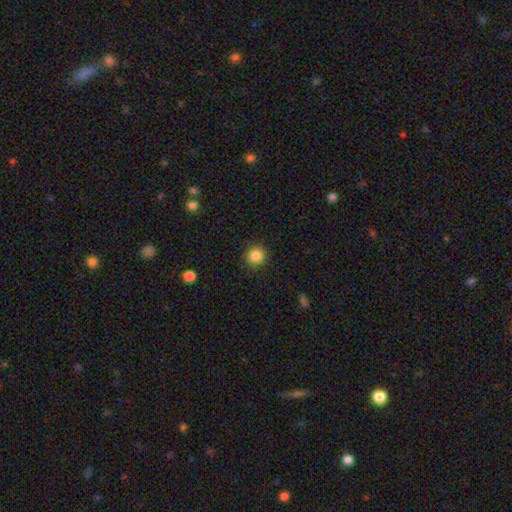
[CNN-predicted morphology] Smooth or featured?
  - smooth: 85% *
  - star or artifact: 11%
  - featured or disk: 4%
How rounded?
  - round: 93% *
  - in between: 6%
  - cigar-shaped: 1%
Merging?
  - none: 90% *
  - minor disturbance: 7%
  - major disturbance: 2%
  - merger: 1%